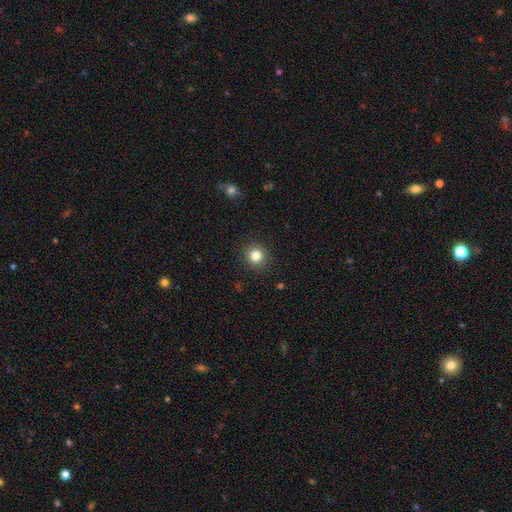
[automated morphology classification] Q: Smooth or featured?
A: smooth (82%); runner-up: star or artifact (12%)
Q: How rounded?
A: round (89%); runner-up: in between (10%)
Q: Merging?
A: none (91%); runner-up: minor disturbance (6%)